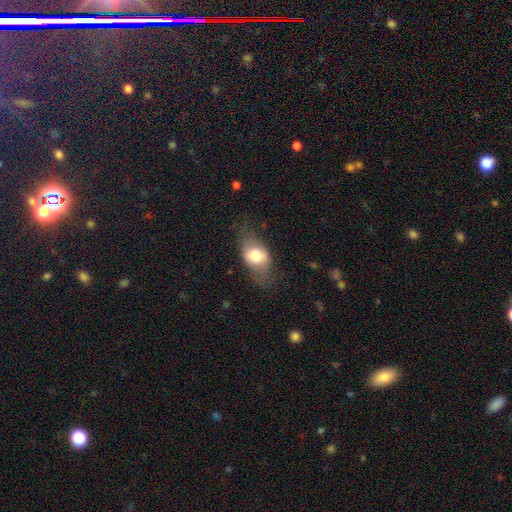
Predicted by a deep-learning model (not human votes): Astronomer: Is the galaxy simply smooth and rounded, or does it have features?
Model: smooth — 66%.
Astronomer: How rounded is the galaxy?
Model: in between — 79%.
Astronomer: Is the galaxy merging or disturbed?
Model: none — 64%.